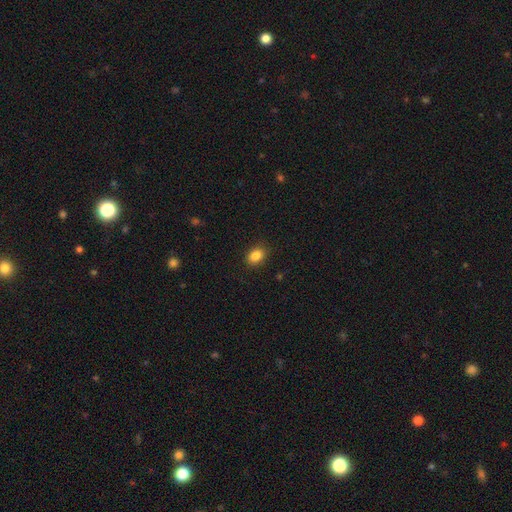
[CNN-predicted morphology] smooth-or-featured: smooth: 85% | star or artifact: 10% | featured or disk: 5%
  how-rounded: in between: 69% | round: 29% | cigar-shaped: 1%
  merging: none: 89% | minor disturbance: 8% | major disturbance: 2% | merger: 1%